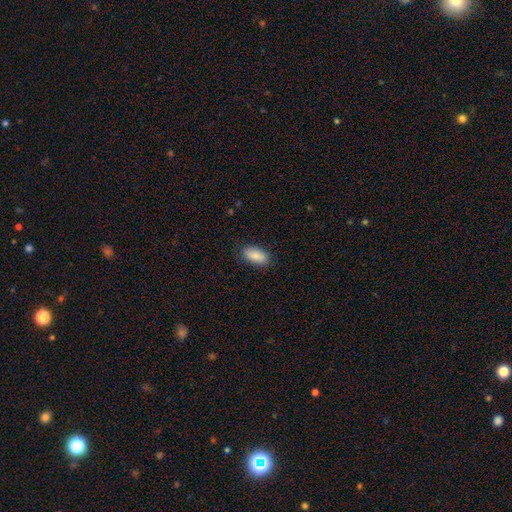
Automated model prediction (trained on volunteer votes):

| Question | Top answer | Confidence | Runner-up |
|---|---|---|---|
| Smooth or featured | smooth | 87% | star or artifact (7%) |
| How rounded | in between | 91% | cigar-shaped (6%) |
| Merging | none | 86% | minor disturbance (11%) |